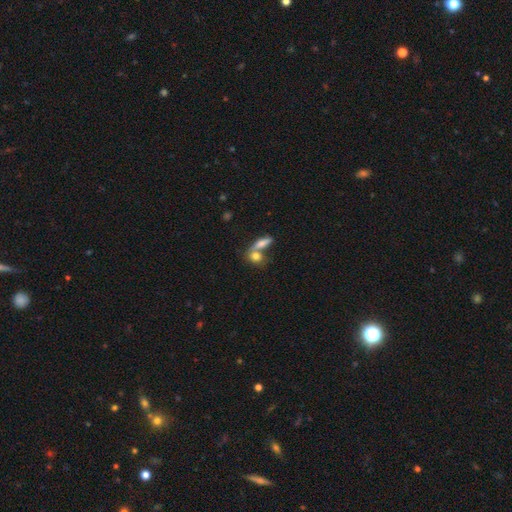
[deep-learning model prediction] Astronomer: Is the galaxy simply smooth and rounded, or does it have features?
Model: smooth — 48% (runner-up: star or artifact, 30%).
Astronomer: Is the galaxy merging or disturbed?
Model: merger — 44% (runner-up: none, 40%).